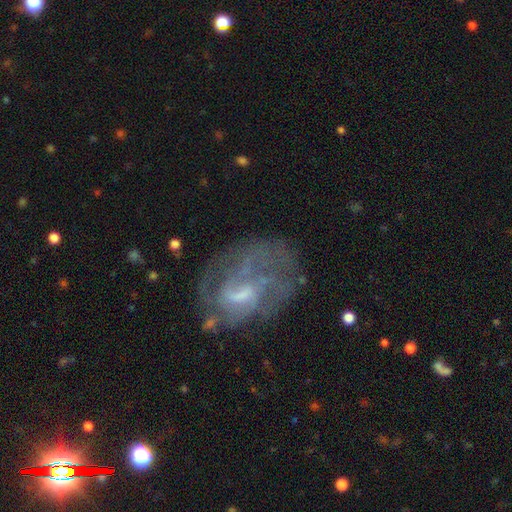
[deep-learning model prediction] Smooth or featured? Predicted: featured or disk (p=0.70). Edge-on disk? Predicted: no (p=0.96). Bar? Predicted: weak (p=0.51). Spiral arms? Predicted: yes (p=0.73). Bulge size? Predicted: small (p=0.42). Merging? Predicted: none (p=0.56).